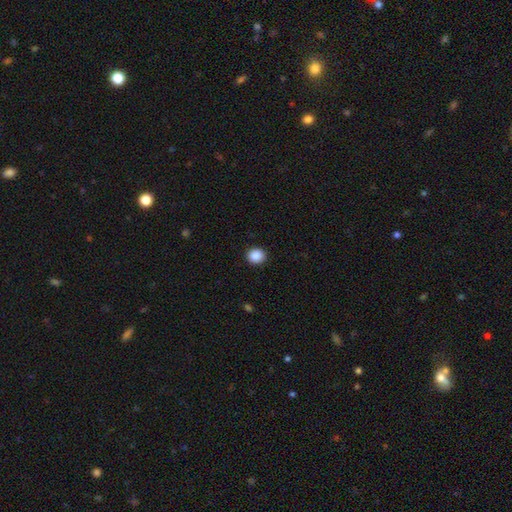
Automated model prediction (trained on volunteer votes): This appears to be a smooth galaxy with no disk features (89%) that is round (82%). Merging: none (92%).